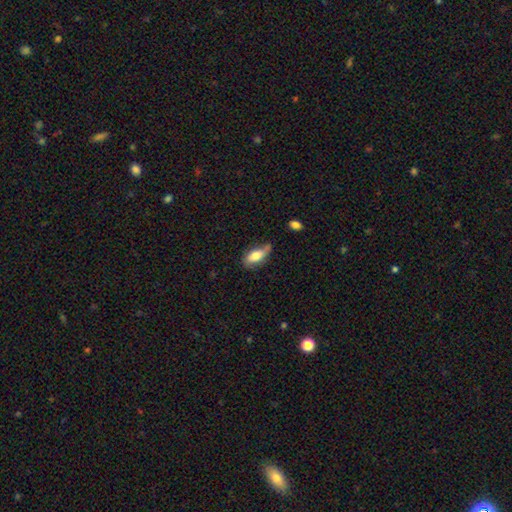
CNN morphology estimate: This is likely a smooth galaxy (71%). How rounded: clearly in between (82%). Merging: possibly none (47%).